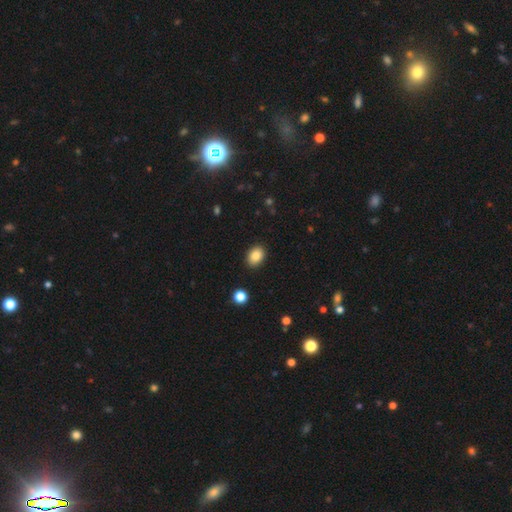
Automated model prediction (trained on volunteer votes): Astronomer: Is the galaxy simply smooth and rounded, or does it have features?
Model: smooth — 86%.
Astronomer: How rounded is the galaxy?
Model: in between — 73%.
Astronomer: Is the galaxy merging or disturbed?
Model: none — 89%.